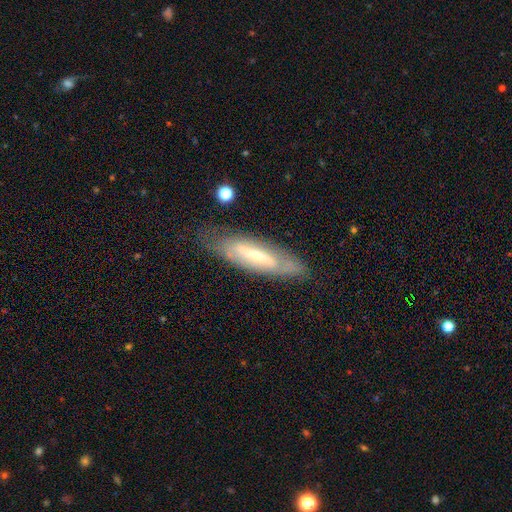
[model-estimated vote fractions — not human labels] Overall: featured or disk (68%). Edge-on disk: no (68%; yes 32%). Merging: none (72%).